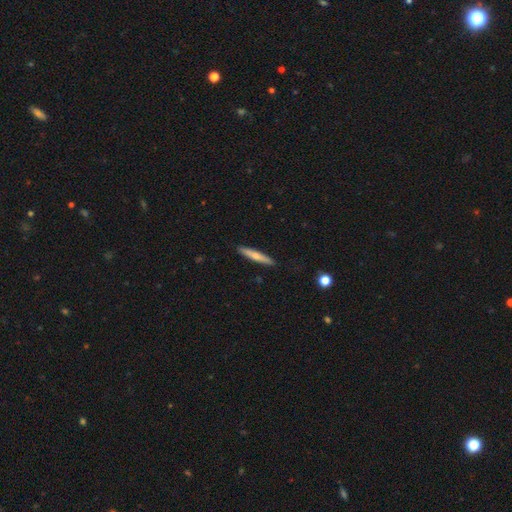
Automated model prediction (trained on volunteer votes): smooth_or_featured: smooth (p=0.64) [alt: featured or disk p=0.30]
how_rounded: cigar-shaped (p=0.91) [alt: in between p=0.07]
merging: none (p=0.90) [alt: minor disturbance p=0.08]